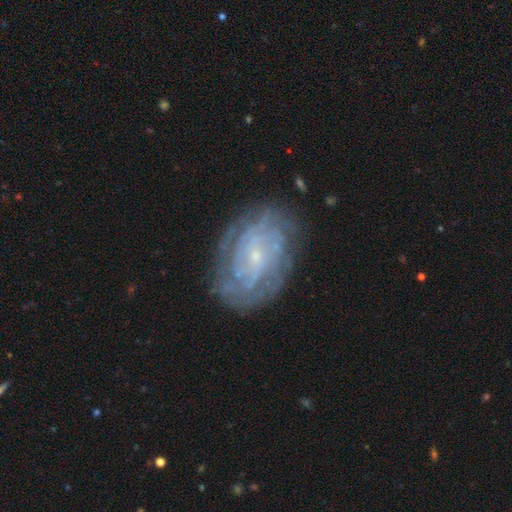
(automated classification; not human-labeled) Overall: featured or disk (80%). Edge-on disk: no (96%). Bar: no (66%; weak 28%). Spiral arms: yes (90%). Spiral arm count: can't tell (46%; 4 14%). Spiral winding: tight (71%). Bulge size: small (83%). Merging: none (78%).